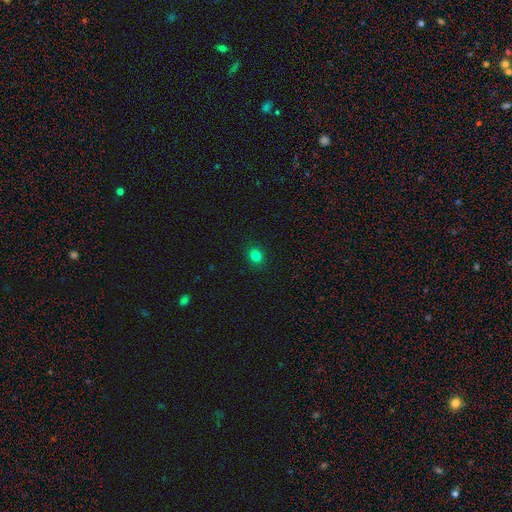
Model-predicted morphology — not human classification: Smooth or featured? smooth (81%)
How rounded? round (72%)
Merging? none (91%)